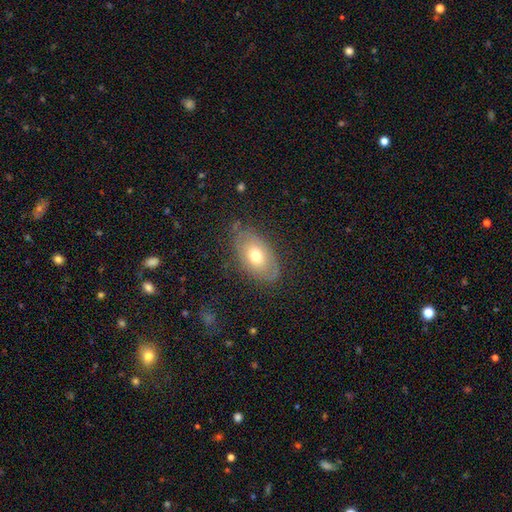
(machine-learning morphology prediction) Overall: smooth (56%; featured or disk 35%). How rounded: in between (91%). Merging: none (78%).